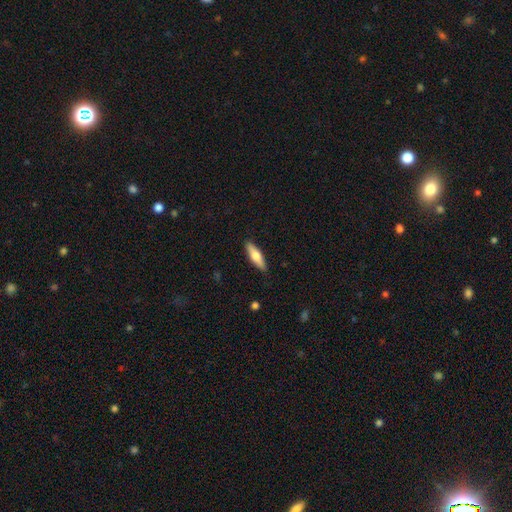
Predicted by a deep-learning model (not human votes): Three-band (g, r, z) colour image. It shows a smooth galaxy with no disk features (60%) that is cigar-shaped (56%). Merging: none (89%).